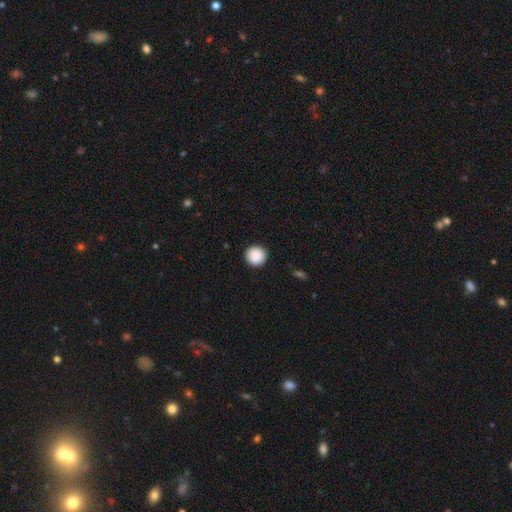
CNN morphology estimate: Overall: smooth (90%). How rounded: round (96%). Merging: none (93%).